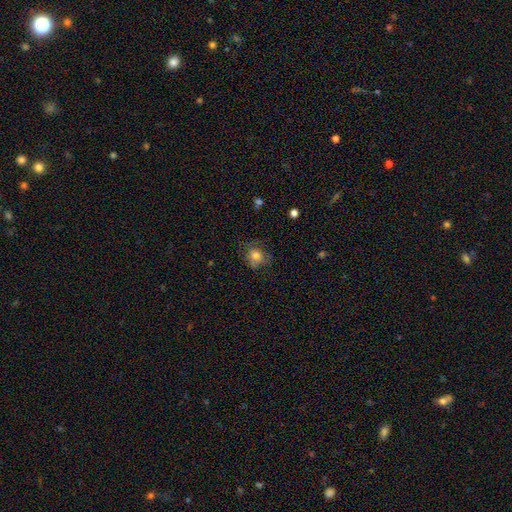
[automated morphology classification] This is likely a smooth galaxy (73%). How rounded: likely round (70%). Merging: possibly none (58%).